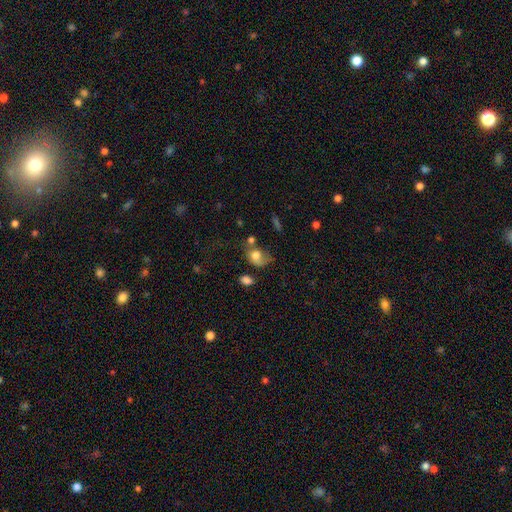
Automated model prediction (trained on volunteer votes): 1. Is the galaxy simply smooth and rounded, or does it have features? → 68% smooth, 22% featured or disk, 10% star or artifact.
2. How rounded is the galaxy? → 60% in between, 39% round, 2% cigar-shaped.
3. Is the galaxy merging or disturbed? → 33% major disturbance, 28% none, 25% minor disturbance, 14% merger.